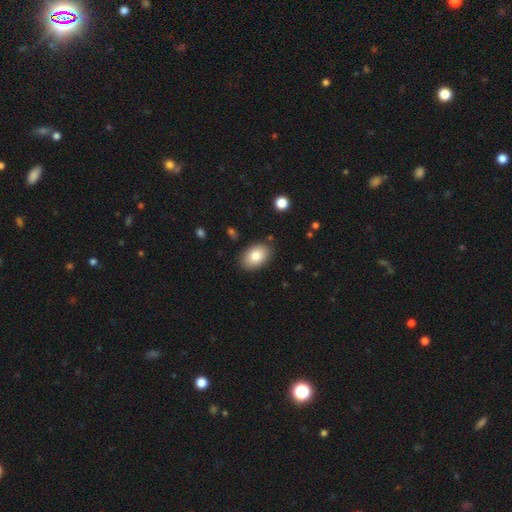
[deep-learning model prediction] Smooth or featured? smooth (82%)
How rounded? in between (88%)
Merging? none (85%)